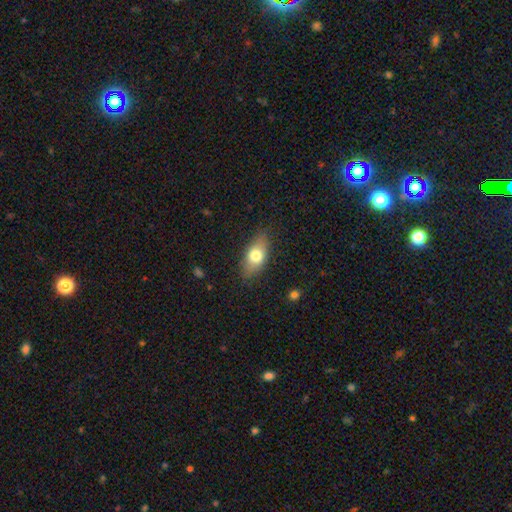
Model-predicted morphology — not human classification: smooth_or_featured: smooth (p=0.73) [alt: featured or disk p=0.20]
how_rounded: in between (p=0.83) [alt: cigar-shaped p=0.09]
merging: none (p=0.80) [alt: minor disturbance p=0.15]